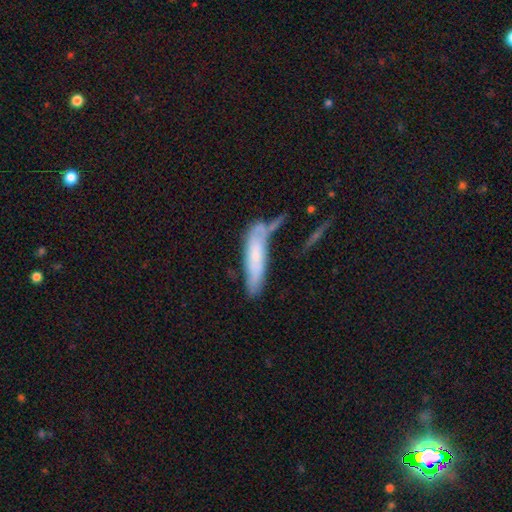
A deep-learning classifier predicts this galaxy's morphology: Q: Smooth or featured?
A: smooth (55%); runner-up: featured or disk (37%)
Q: How rounded?
A: cigar-shaped (71%); runner-up: in between (28%)
Q: Merging?
A: none (46%); runner-up: minor disturbance (24%)